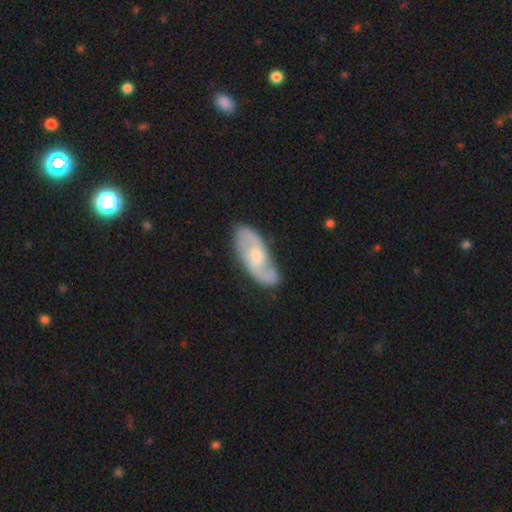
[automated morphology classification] Q: Smooth or featured?
A: featured or disk (72%); runner-up: smooth (23%)
Q: Edge-on disk?
A: no (91%); runner-up: yes (9%)
Q: Bar?
A: no (55%); runner-up: weak (38%)
Q: Spiral arms?
A: yes (89%); runner-up: no (11%)
Q: Spiral winding?
A: medium (46%); runner-up: loose (31%)
Q: Spiral arm count?
A: 2 (84%); runner-up: can't tell (10%)
Q: Bulge size?
A: moderate (60%); runner-up: small (33%)
Q: Merging?
A: none (79%); runner-up: minor disturbance (15%)